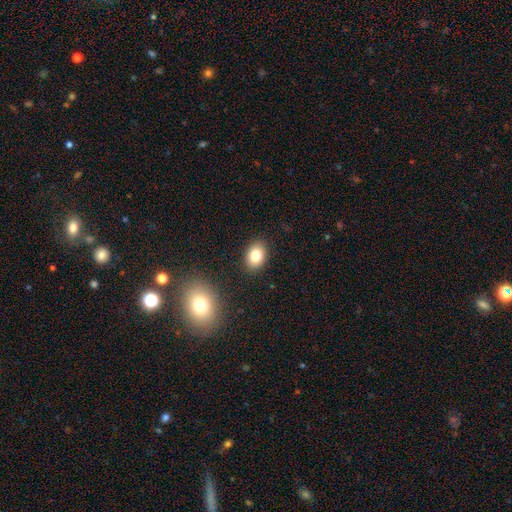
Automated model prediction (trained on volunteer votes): Smooth or featured: smooth — 81% (star or artifact — 10%)
How rounded: in between — 74% (round — 24%)
Merging: none — 88% (minor disturbance — 8%)